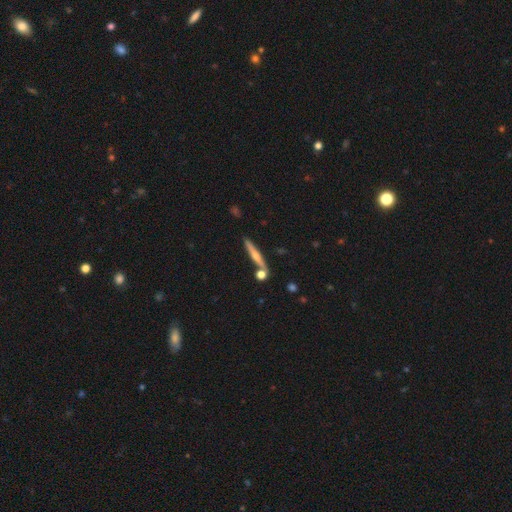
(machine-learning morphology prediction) Smooth or featured?
  - featured or disk: 59% *
  - smooth: 34%
  - star or artifact: 7%
Edge-on disk?
  - yes: 96% *
  - no: 4%
Edge-on bulge?
  - rounded: 82% *
  - none: 13%
  - boxy: 5%
Merging?
  - none: 79% *
  - merger: 10%
  - minor disturbance: 9%
  - major disturbance: 2%